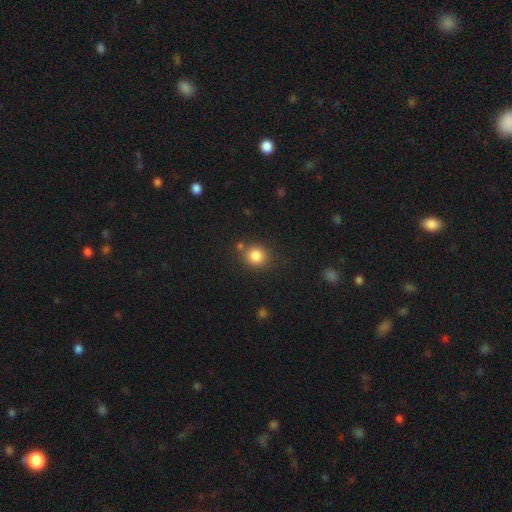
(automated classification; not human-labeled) Smooth or featured? Predicted: smooth (p=0.84). How rounded? Predicted: round (p=0.84). Merging? Predicted: none (p=0.76).